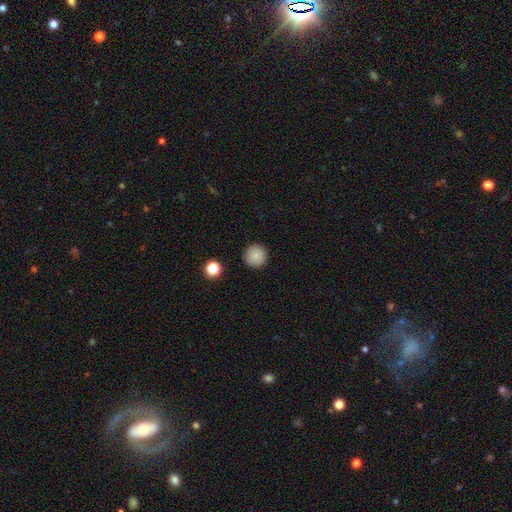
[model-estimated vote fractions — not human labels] A smooth galaxy with no disk features (86%) that is round (96%). Merging: none (92%).